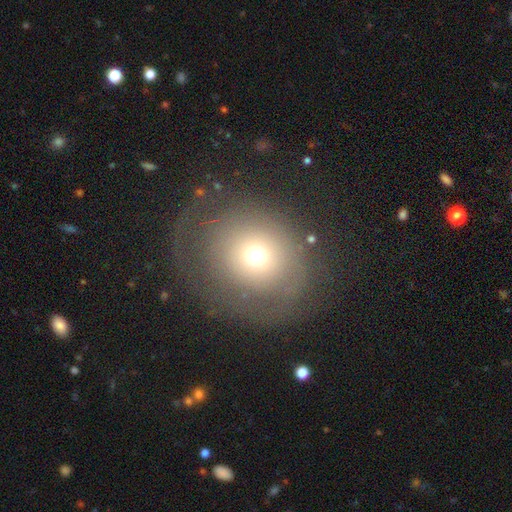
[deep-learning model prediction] Smooth or featured?
  - smooth: 56% *
  - featured or disk: 31%
  - star or artifact: 14%
How rounded?
  - round: 84% *
  - in between: 15%
  - cigar-shaped: 1%
Merging?
  - none: 55% *
  - major disturbance: 25%
  - minor disturbance: 17%
  - merger: 2%